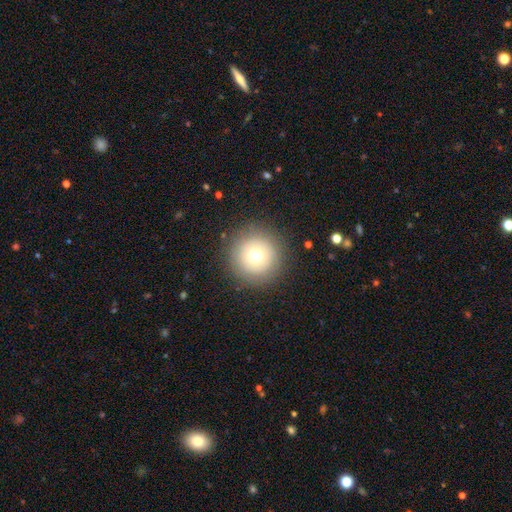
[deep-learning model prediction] This appears to be a smooth galaxy with no disk features (70%) that is round (96%). Merging: none (88%).